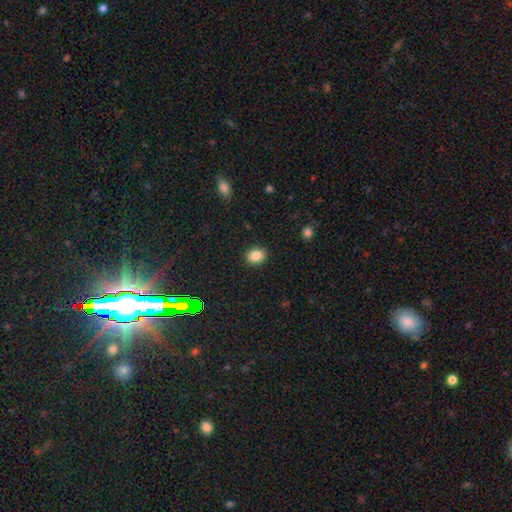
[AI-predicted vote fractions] smooth-or-featured: smooth: 85% | star or artifact: 10% | featured or disk: 5%
  how-rounded: in between: 55% | round: 44% | cigar-shaped: 1%
  merging: none: 89% | minor disturbance: 8% | major disturbance: 2% | merger: 1%